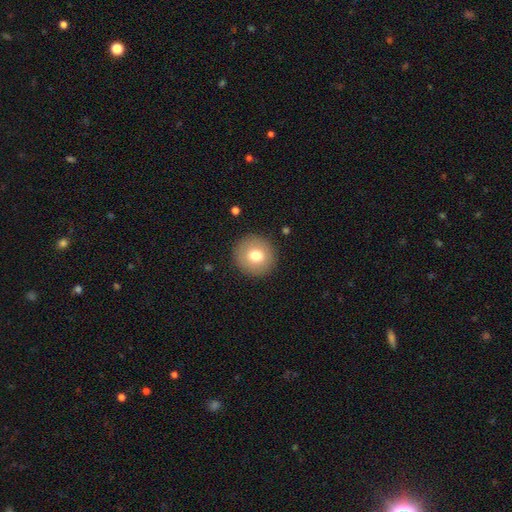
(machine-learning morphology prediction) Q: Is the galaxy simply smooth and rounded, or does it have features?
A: smooth — 75%.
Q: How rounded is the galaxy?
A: round — 94%.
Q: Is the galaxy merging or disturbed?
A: none — 91%.